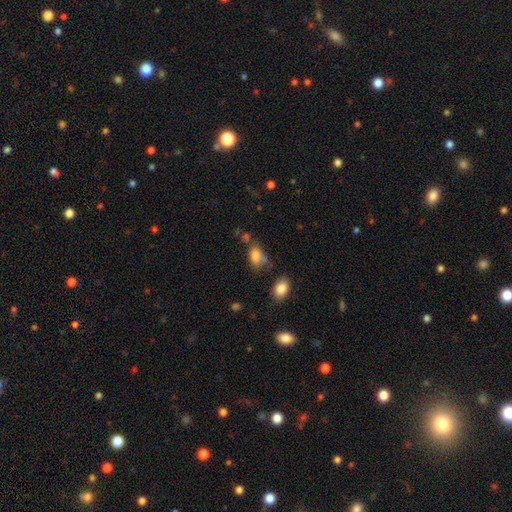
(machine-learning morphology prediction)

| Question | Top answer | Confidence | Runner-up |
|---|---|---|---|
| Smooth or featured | smooth | 80% | star or artifact (10%) |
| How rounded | in between | 84% | round (14%) |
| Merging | none | 46% | minor disturbance (28%) |